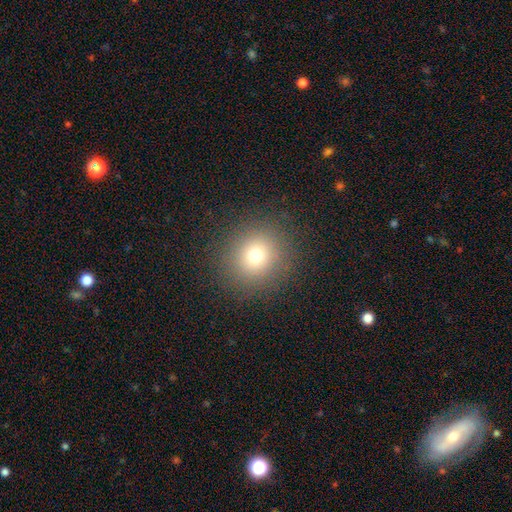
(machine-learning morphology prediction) smooth-or-featured: smooth: 73% | star or artifact: 17% | featured or disk: 10%
  how-rounded: round: 89% | in between: 10% | cigar-shaped: 1%
  merging: none: 89% | minor disturbance: 6% | major disturbance: 3% | merger: 1%